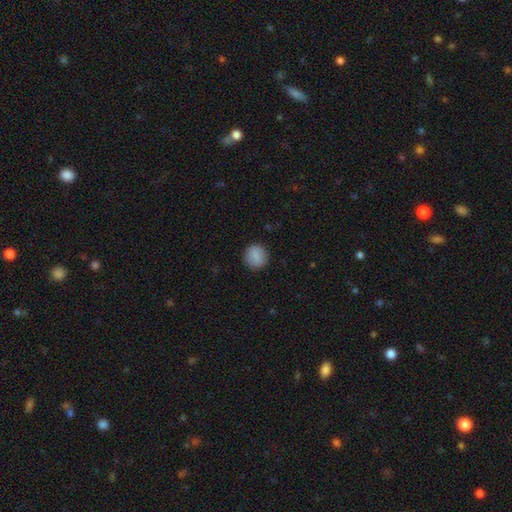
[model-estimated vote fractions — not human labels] A smooth galaxy with no disk features (87%) that is round (90%).

Vote fractions:
- Smooth or featured? smooth: 87% / star or artifact: 8% / featured or disk: 5%
- How rounded? round: 90% / in between: 9% / cigar-shaped: 1%
- Merging? none: 91% / minor disturbance: 6% / major disturbance: 2% / merger: 1%